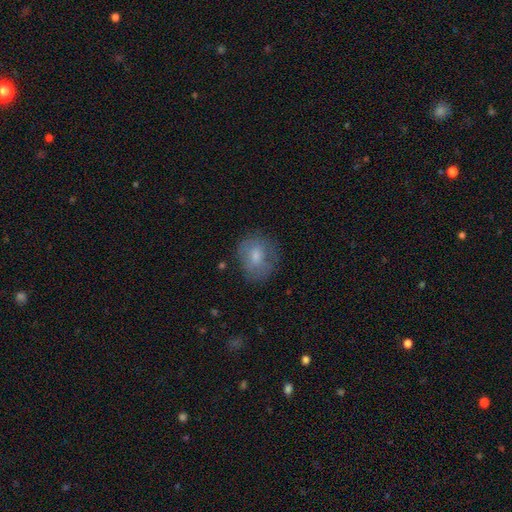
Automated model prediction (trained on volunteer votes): A smooth galaxy with no disk features (63%) that is round (67%).

Vote fractions:
- Smooth or featured? smooth: 63% / featured or disk: 26% / star or artifact: 11%
- How rounded? round: 67% / in between: 32% / cigar-shaped: 1%
- Merging? none: 74% / minor disturbance: 18% / major disturbance: 7% / merger: 1%